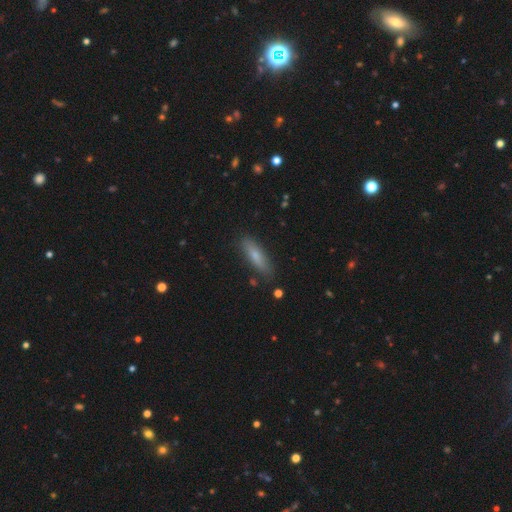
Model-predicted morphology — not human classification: type=smooth (70%); roundness=cigar-shaped (64%); merging=none (84%).